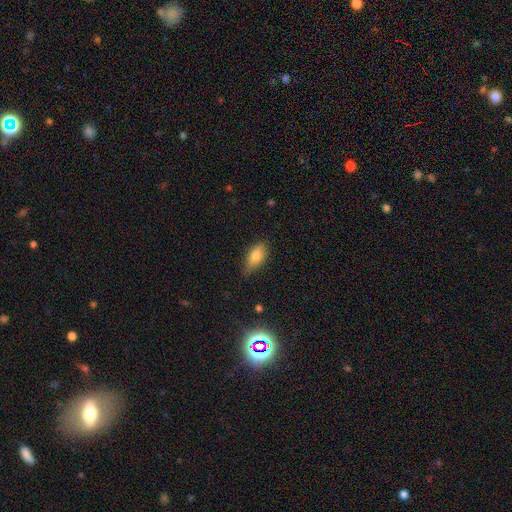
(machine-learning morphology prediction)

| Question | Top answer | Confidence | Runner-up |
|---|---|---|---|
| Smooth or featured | smooth | 75% | featured or disk (15%) |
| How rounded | in between | 82% | cigar-shaped (15%) |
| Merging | none | 66% | minor disturbance (27%) |